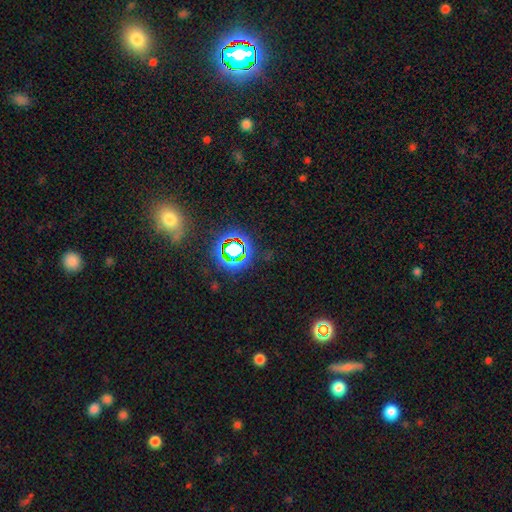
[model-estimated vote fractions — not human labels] Smooth or featured: star or artifact — 69% (smooth — 21%)